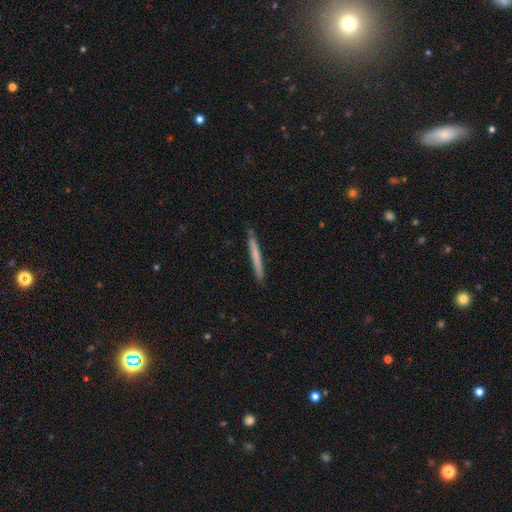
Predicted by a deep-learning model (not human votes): Overall: smooth (64%; featured or disk 31%). How rounded: cigar-shaped (97%). Merging: none (90%).